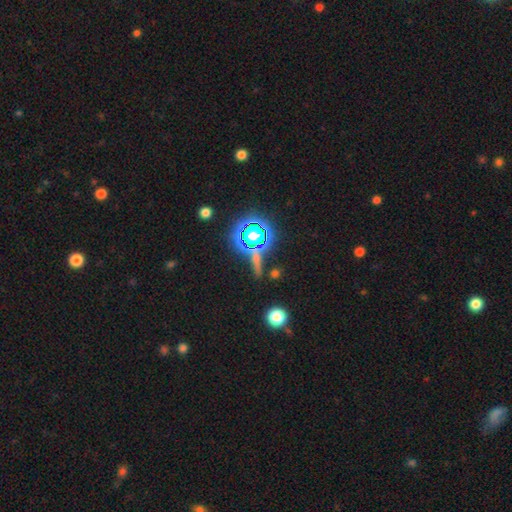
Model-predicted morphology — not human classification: Q: Smooth or featured?
A: star or artifact (68%); runner-up: smooth (20%)